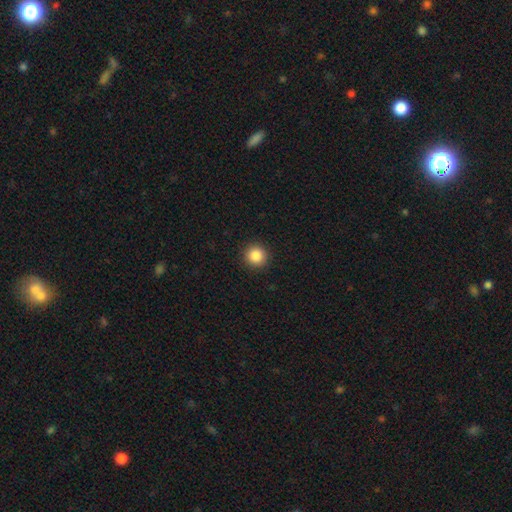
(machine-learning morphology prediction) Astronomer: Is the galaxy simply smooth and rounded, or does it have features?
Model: smooth — 87%.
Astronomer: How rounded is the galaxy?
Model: round — 94%.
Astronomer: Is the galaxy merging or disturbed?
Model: none — 92%.